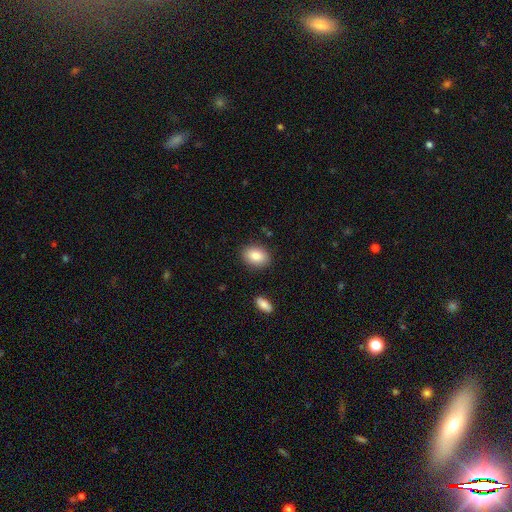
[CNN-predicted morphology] The model was most divided on "how rounded": in between: 76%, round: 23%, cigar-shaped: 1%. More confident: merging — none (87%); smooth or featured — smooth (87%).